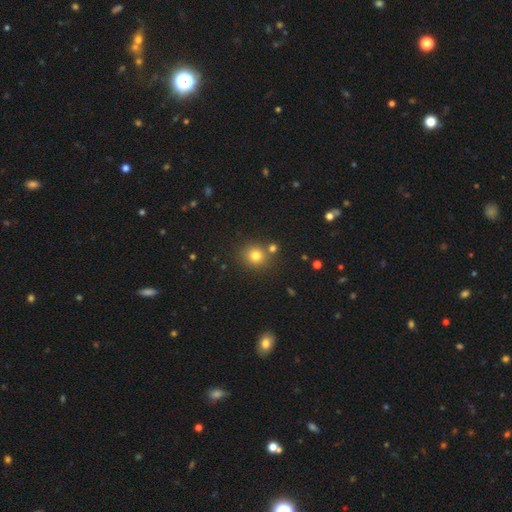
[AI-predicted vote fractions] smooth-or-featured: smooth: 78% | star or artifact: 14% | featured or disk: 8%
  how-rounded: round: 87% | in between: 12% | cigar-shaped: 1%
  merging: none: 76% | merger: 13% | minor disturbance: 8% | major disturbance: 3%